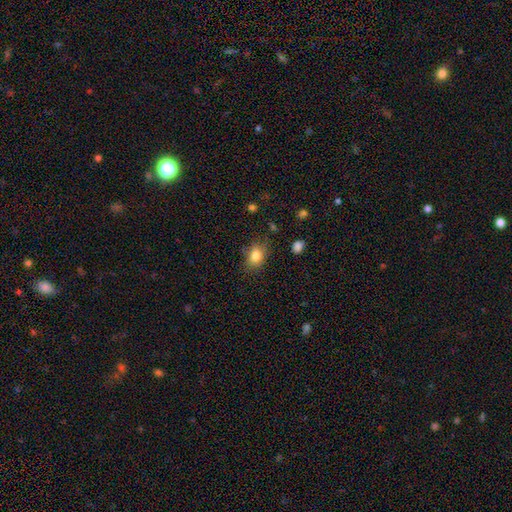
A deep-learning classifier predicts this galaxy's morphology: smooth 82%, star or artifact 10%, featured or disk 8%. Down the decision tree: how rounded — in between (67%); merging — none (76%).